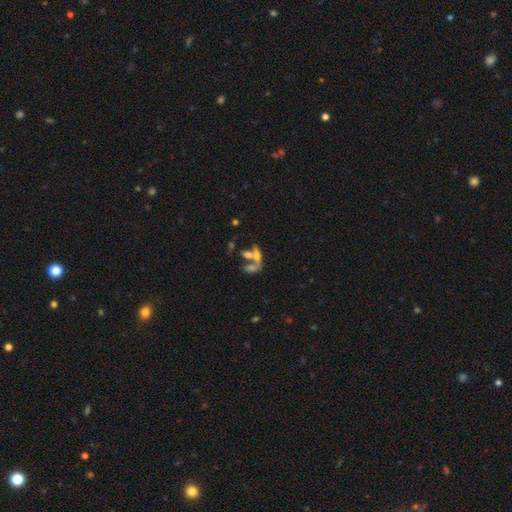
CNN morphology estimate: smooth-or-featured: smooth: 45% | featured or disk: 40% | star or artifact: 15%
  merging: merger: 59% | none: 23% | major disturbance: 10% | minor disturbance: 8%